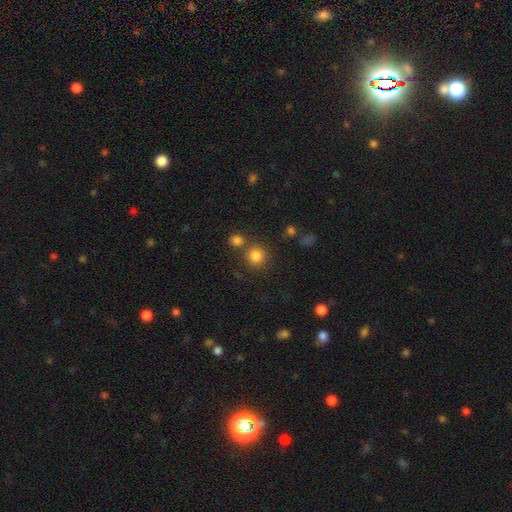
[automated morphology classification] smooth 83%, star or artifact 12%, featured or disk 5%. Down the decision tree: how rounded — round (90%); merging — none (73%).